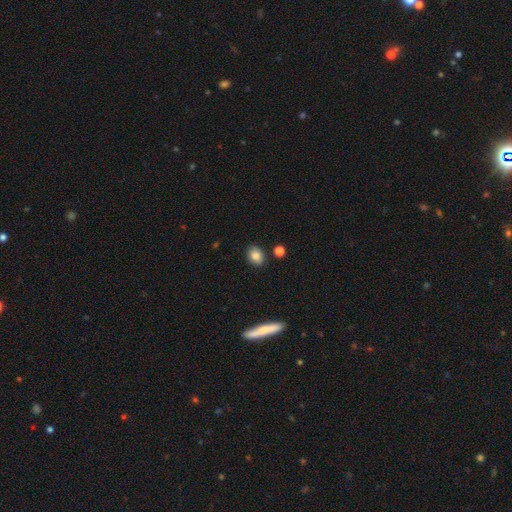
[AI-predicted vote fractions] This appears to be a smooth galaxy with no disk features (84%) that is in between round and cigar-shaped (64%). Merging: none (85%).